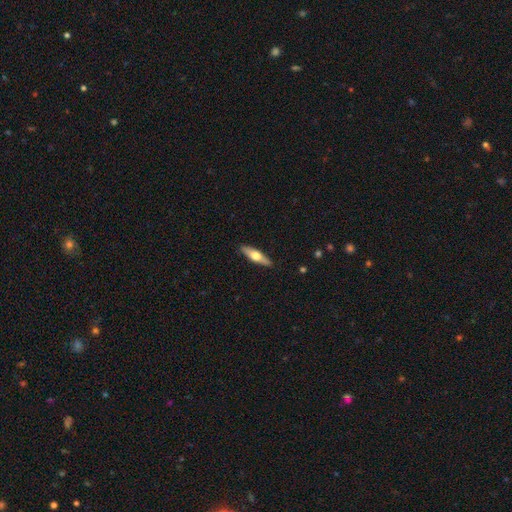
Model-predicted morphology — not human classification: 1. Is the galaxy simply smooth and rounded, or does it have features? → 51% featured or disk, 44% smooth, 5% star or artifact.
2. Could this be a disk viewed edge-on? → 91% yes, 9% no.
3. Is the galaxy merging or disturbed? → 90% none, 7% minor disturbance, 2% major disturbance, 1% merger.